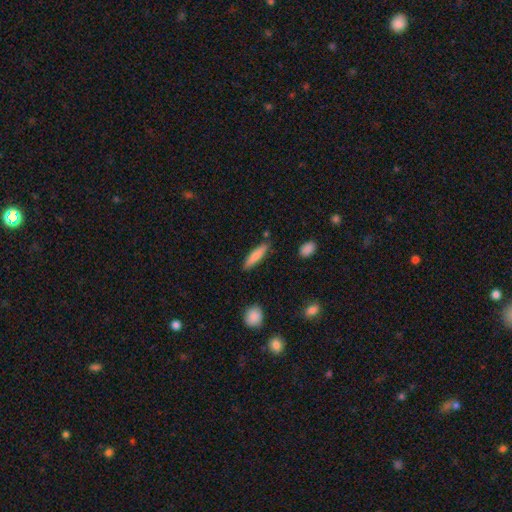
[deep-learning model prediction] A smooth galaxy with no disk features (76%) that is cigar-shaped (78%).

Vote fractions:
- Smooth or featured? smooth: 76% / featured or disk: 18% / star or artifact: 6%
- How rounded? cigar-shaped: 78% / in between: 20% / round: 2%
- Merging? none: 85% / minor disturbance: 10% / merger: 3% / major disturbance: 2%